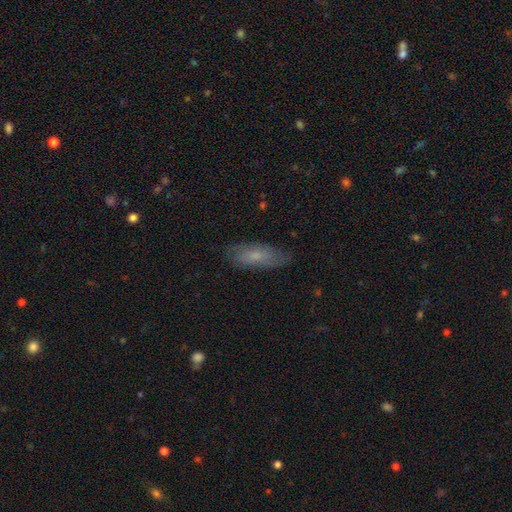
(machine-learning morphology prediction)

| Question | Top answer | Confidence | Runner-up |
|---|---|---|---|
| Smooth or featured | smooth | 64% | featured or disk (29%) |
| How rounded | in between | 67% | cigar-shaped (31%) |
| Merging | none | 77% | minor disturbance (17%) |